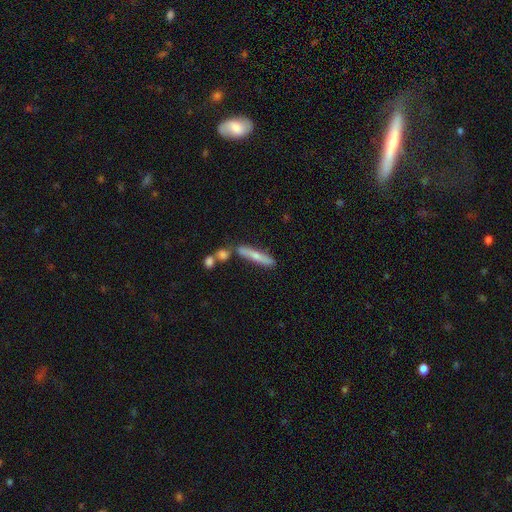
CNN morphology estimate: This is possibly a smooth galaxy (56%). How rounded: clearly cigar-shaped (90%). Merging: likely none (69%).